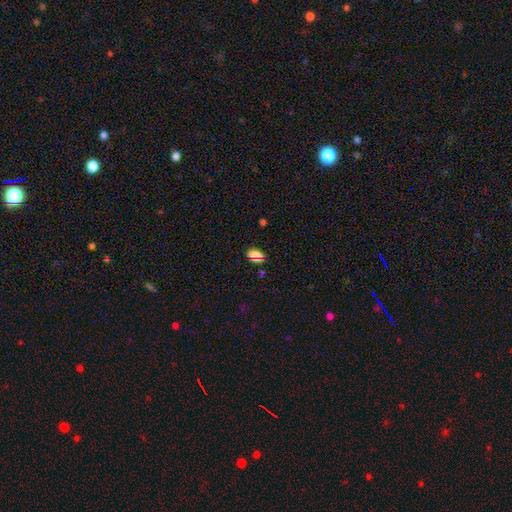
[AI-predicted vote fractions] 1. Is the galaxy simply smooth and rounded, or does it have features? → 70% smooth, 23% star or artifact, 8% featured or disk.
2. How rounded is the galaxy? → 84% in between, 12% round, 3% cigar-shaped.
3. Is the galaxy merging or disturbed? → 83% none, 11% minor disturbance, 3% major disturbance, 2% merger.